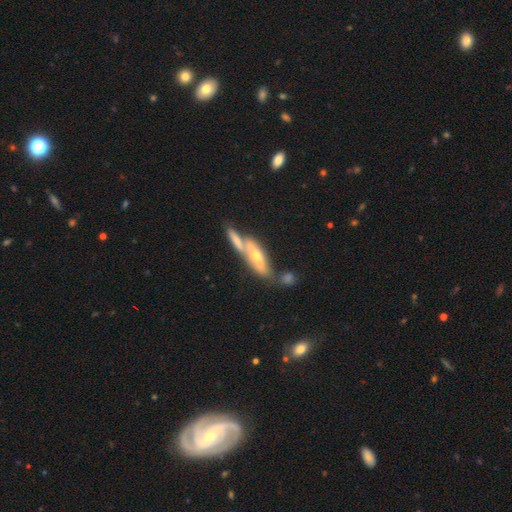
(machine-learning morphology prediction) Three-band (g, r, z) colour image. It shows a featured or disk galaxy (60%) viewed edge-on (62%). Merging: merger (43%).